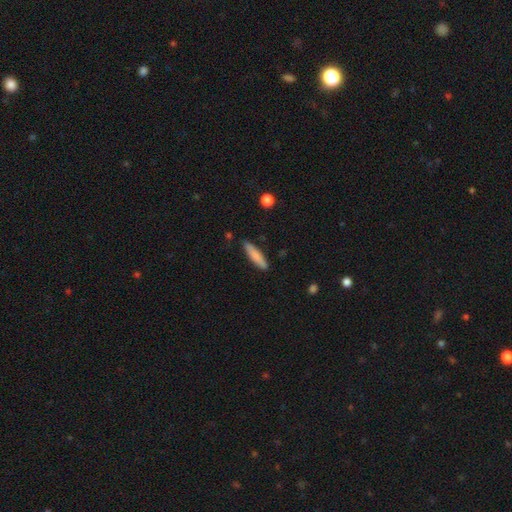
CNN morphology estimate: type=smooth (79%); roundness=cigar-shaped (83%); merging=none (86%).